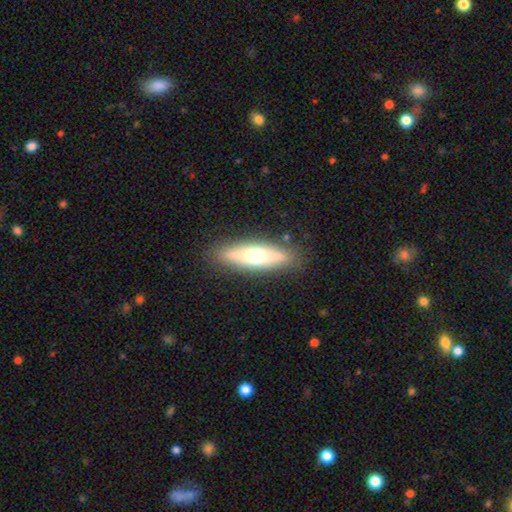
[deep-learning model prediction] This appears to be a smooth galaxy with no disk features (54%) that is cigar-shaped (58%). Merging: none (85%).